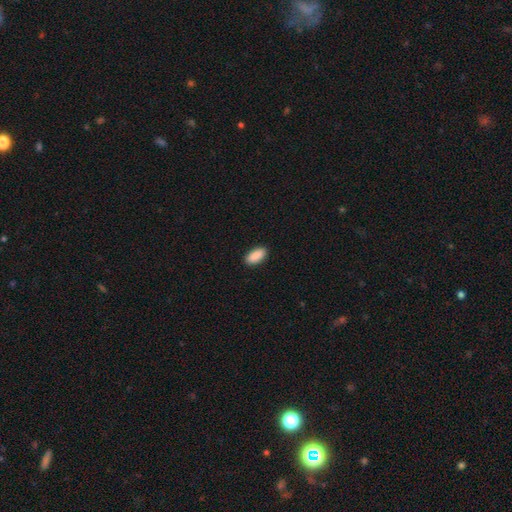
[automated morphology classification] Overall: smooth (91%). How rounded: in between (89%). Merging: none (90%).